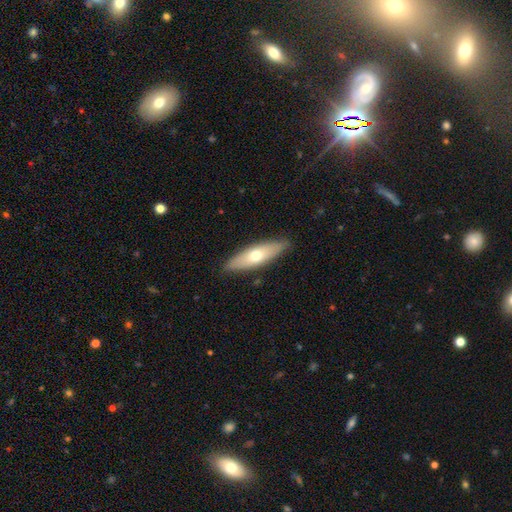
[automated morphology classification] type=smooth (58%); roundness=cigar-shaped (54%); merging=none (87%).